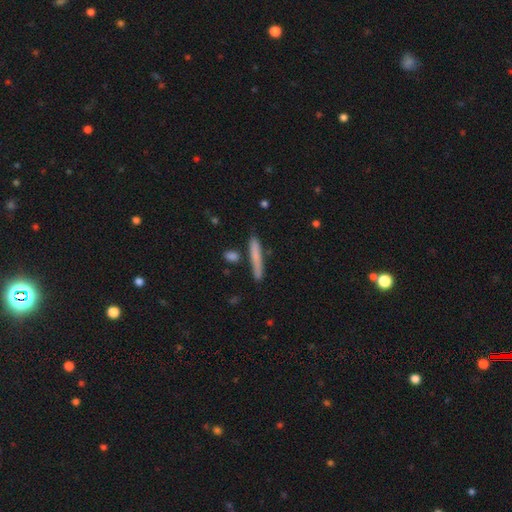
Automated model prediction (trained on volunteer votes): Smooth or featured?
  - smooth: 71% *
  - featured or disk: 22%
  - star or artifact: 7%
How rounded?
  - cigar-shaped: 95% *
  - in between: 4%
  - round: 1%
Merging?
  - none: 80% *
  - minor disturbance: 12%
  - merger: 5%
  - major disturbance: 3%